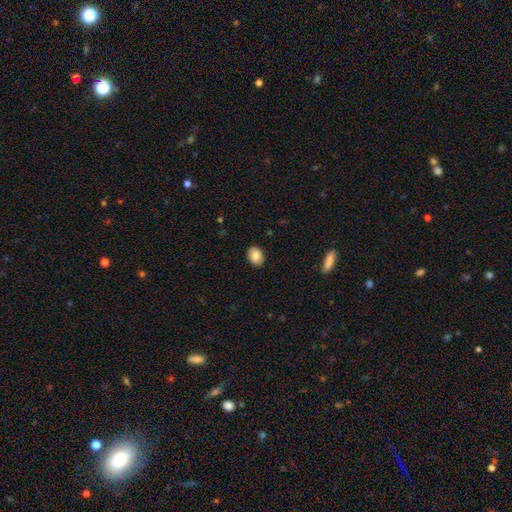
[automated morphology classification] This appears to be a smooth galaxy with no disk features (82%) that is in between round and cigar-shaped (72%). Merging: none (87%).